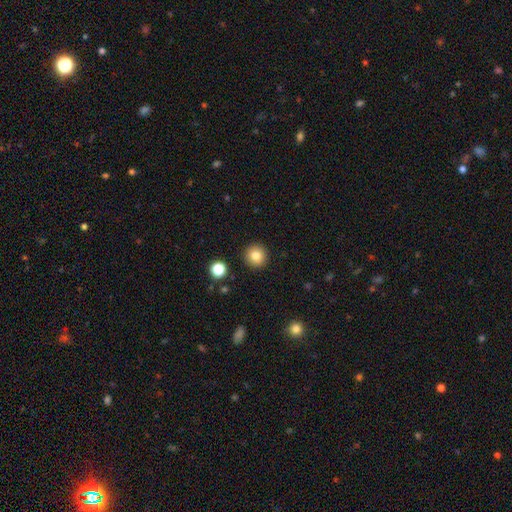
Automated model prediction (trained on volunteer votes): Smooth or featured? smooth (82%)
How rounded? round (95%)
Merging? none (92%)